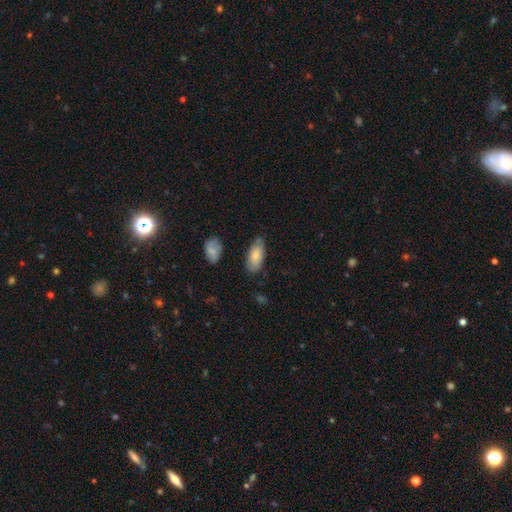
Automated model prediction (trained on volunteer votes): Smooth or featured? Predicted: smooth (p=0.76). How rounded? Predicted: in between (p=0.90). Merging? Predicted: none (p=0.70).